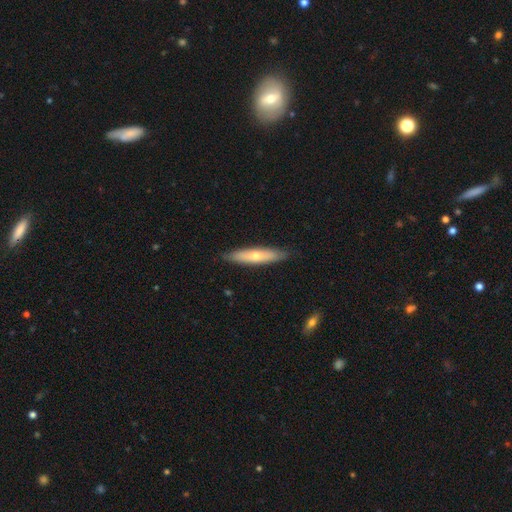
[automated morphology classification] Smooth or featured? smooth (53%)
How rounded? cigar-shaped (82%)
Merging? none (88%)